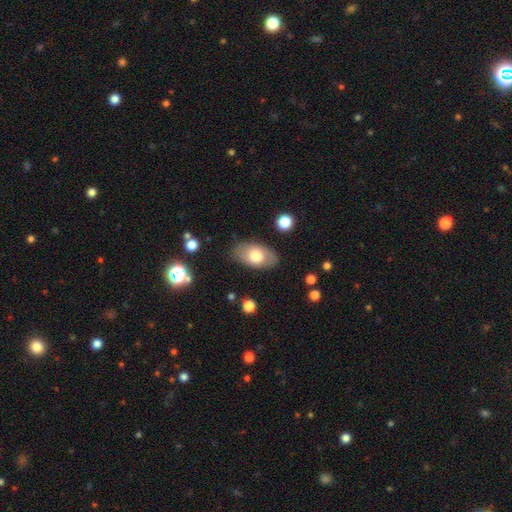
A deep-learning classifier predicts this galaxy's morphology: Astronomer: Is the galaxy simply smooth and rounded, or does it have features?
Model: smooth — 68%.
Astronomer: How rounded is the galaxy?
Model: in between — 92%.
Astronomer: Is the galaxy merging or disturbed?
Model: none — 81%.